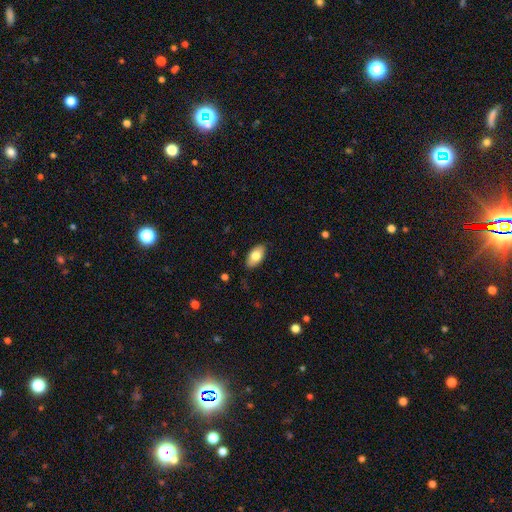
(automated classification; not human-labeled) This is likely a smooth galaxy (77%). How rounded: clearly in between (93%). Merging: clearly none (86%).